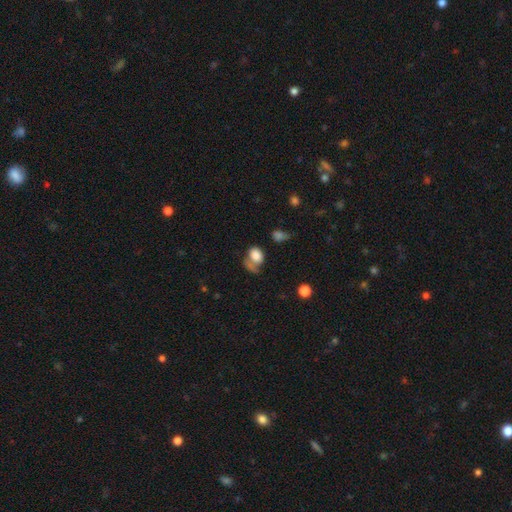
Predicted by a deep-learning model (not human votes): This appears to be a smooth galaxy with no disk features (78%) that is in between round and cigar-shaped (64%). Merging: none (35%).